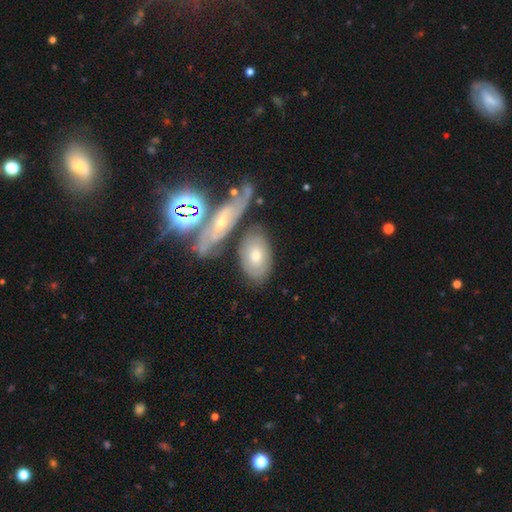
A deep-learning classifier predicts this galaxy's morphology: The model was most divided on "smooth or featured": smooth: 53%, featured or disk: 41%, star or artifact: 7%. More confident: how rounded — in between (89%); merging — none (63%).